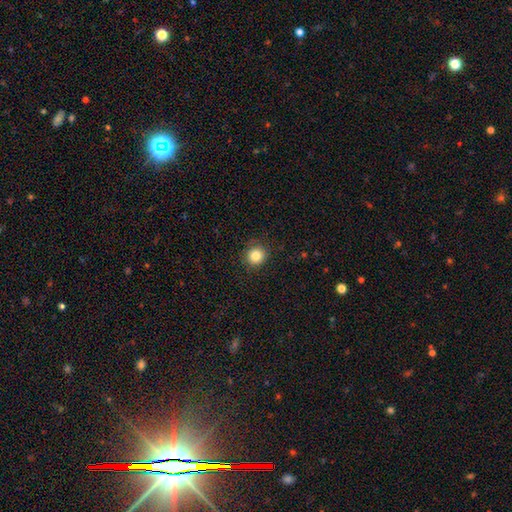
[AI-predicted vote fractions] Smooth or featured? smooth (84%)
How rounded? round (90%)
Merging? none (88%)